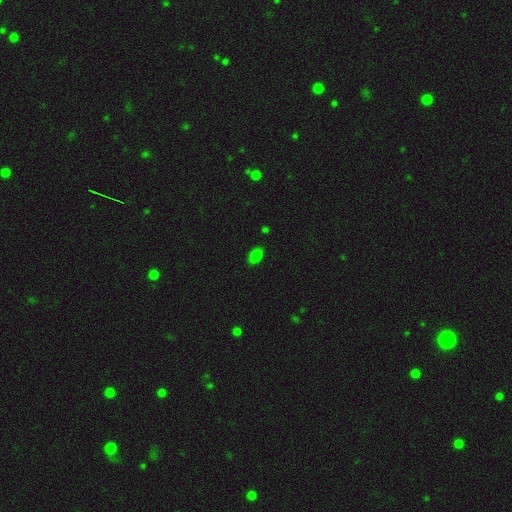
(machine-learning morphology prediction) Smooth or featured?
  - smooth: 80% *
  - star or artifact: 15%
  - featured or disk: 5%
How rounded?
  - in between: 89% *
  - round: 9%
  - cigar-shaped: 2%
Merging?
  - none: 86% *
  - minor disturbance: 10%
  - major disturbance: 2%
  - merger: 1%